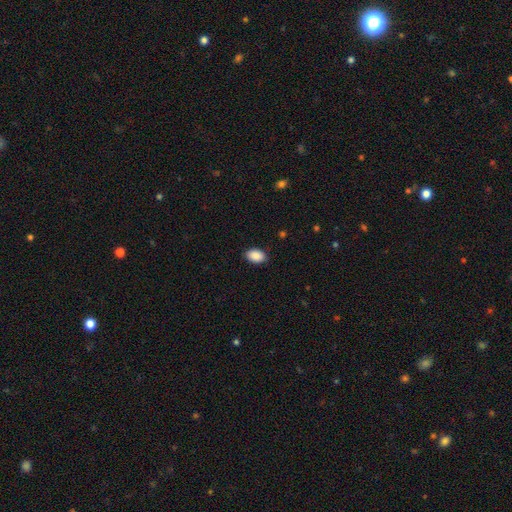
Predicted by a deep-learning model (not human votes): Smooth or featured: smooth — 90% (star or artifact — 7%)
How rounded: in between — 89% (round — 10%)
Merging: none — 87% (minor disturbance — 10%)